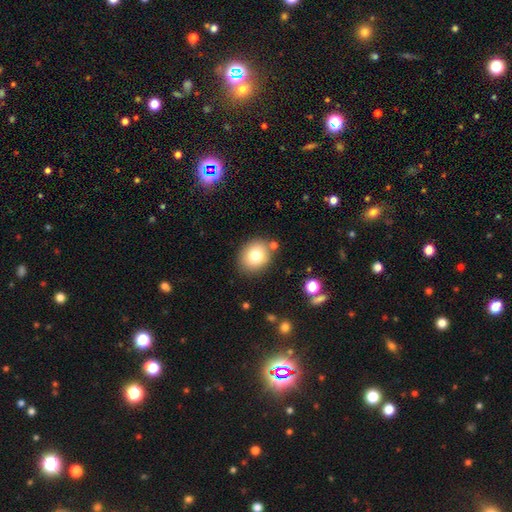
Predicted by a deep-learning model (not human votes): The model was most divided on "how rounded": round: 62%, in between: 37%, cigar-shaped: 1%. More confident: merging — none (80%); smooth or featured — smooth (79%).